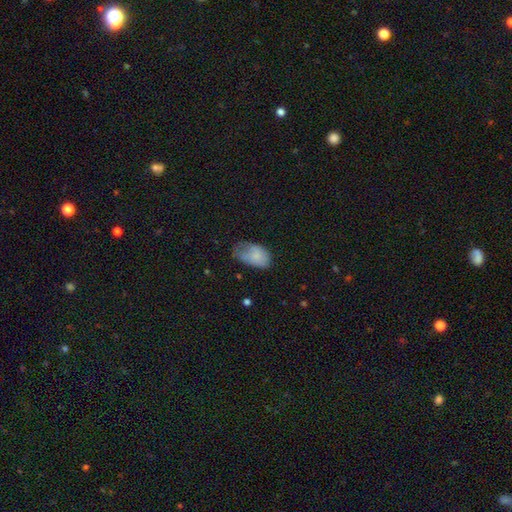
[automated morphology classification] A smooth galaxy with no disk features (75%) that is in between round and cigar-shaped (92%).

Vote fractions:
- Smooth or featured? smooth: 75% / featured or disk: 17% / star or artifact: 8%
- How rounded? in between: 92% / round: 7% / cigar-shaped: 1%
- Merging? minor disturbance: 41% / none: 34% / major disturbance: 23% / merger: 2%